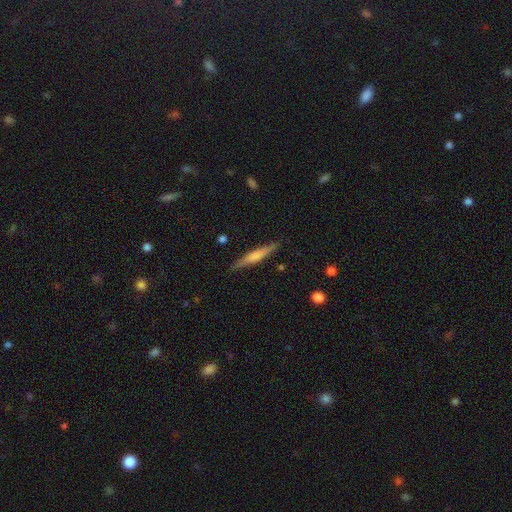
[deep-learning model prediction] Morphology: type=featured or disk (47%, tied with smooth); merging=none (87%).